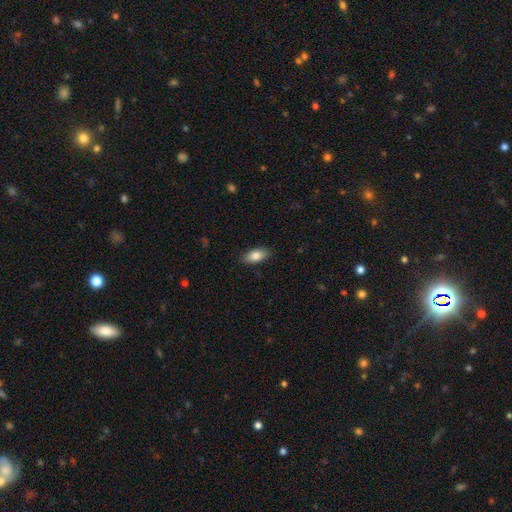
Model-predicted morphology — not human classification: Smooth or featured? Predicted: smooth (p=0.83). How rounded? Predicted: in between (p=0.87). Merging? Predicted: none (p=0.87).